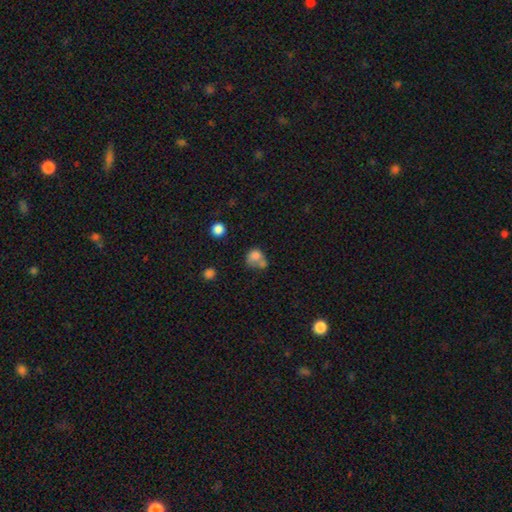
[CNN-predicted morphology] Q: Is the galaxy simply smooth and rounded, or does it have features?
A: smooth — 73%.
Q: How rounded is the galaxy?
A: round — 65%.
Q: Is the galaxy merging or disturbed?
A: merger — 45%.